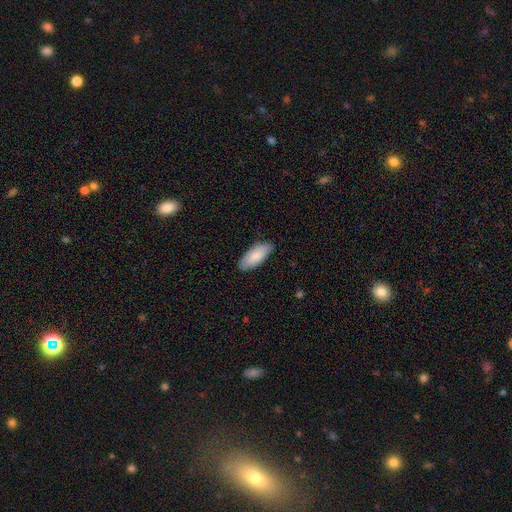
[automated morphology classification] smooth 84%, featured or disk 10%, star or artifact 5%. Down the decision tree: how rounded — in between (86%); merging — none (85%).